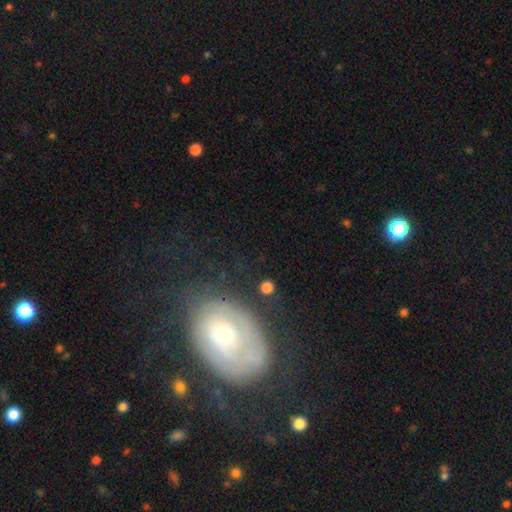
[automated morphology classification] Q: Smooth or featured?
A: featured or disk (59%); runner-up: smooth (31%)
Q: Edge-on disk?
A: no (96%); runner-up: yes (4%)
Q: Bar?
A: no (79%); runner-up: weak (17%)
Q: Spiral arms?
A: yes (60%); runner-up: no (40%)
Q: Bulge size?
A: moderate (55%); runner-up: small (23%)
Q: Merging?
A: none (58%); runner-up: minor disturbance (22%)